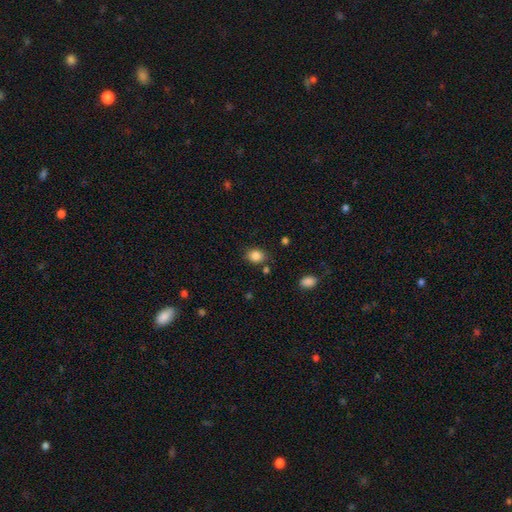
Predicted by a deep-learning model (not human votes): A smooth galaxy with no disk features (85%) that is in between round and cigar-shaped (50%). Merging: none (80%).